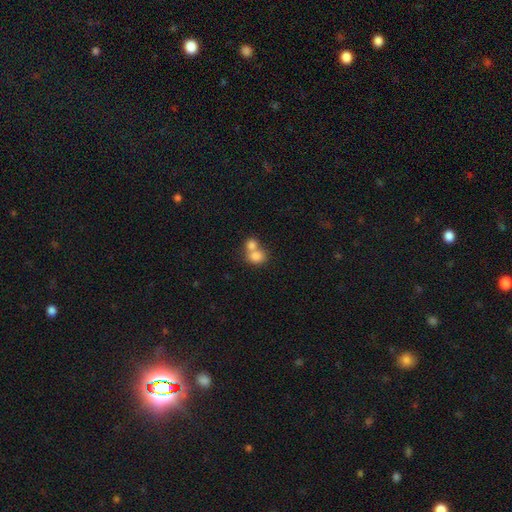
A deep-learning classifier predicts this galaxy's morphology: type=smooth (79%); roundness=round (59%); merging=merger (65%).